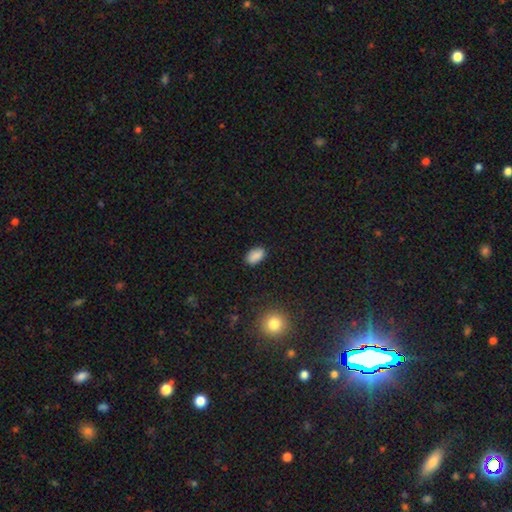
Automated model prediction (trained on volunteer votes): Smooth or featured? Predicted: smooth (p=0.87). How rounded? Predicted: in between (p=0.92). Merging? Predicted: none (p=0.85).